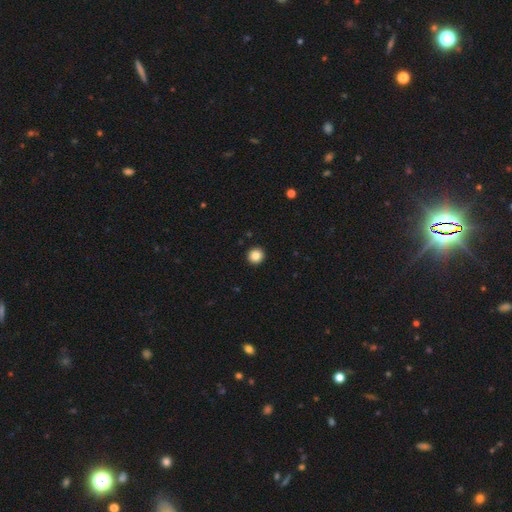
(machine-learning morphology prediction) This is clearly a smooth galaxy (85%). How rounded: clearly round (95%). Merging: clearly none (94%).